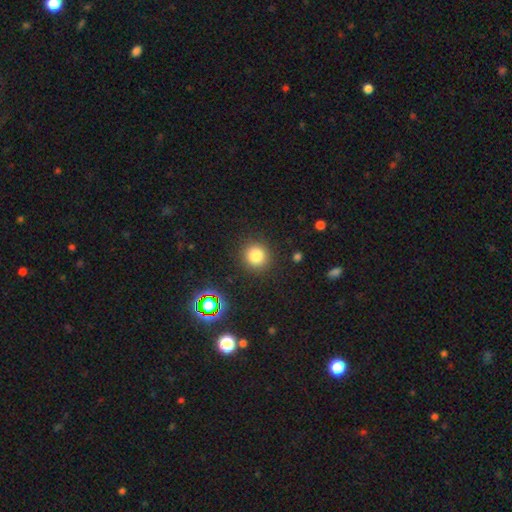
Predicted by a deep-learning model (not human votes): Smooth or featured?
  - smooth: 81% *
  - star or artifact: 15%
  - featured or disk: 5%
How rounded?
  - round: 92% *
  - in between: 7%
  - cigar-shaped: 1%
Merging?
  - none: 89% *
  - minor disturbance: 6%
  - major disturbance: 3%
  - merger: 1%